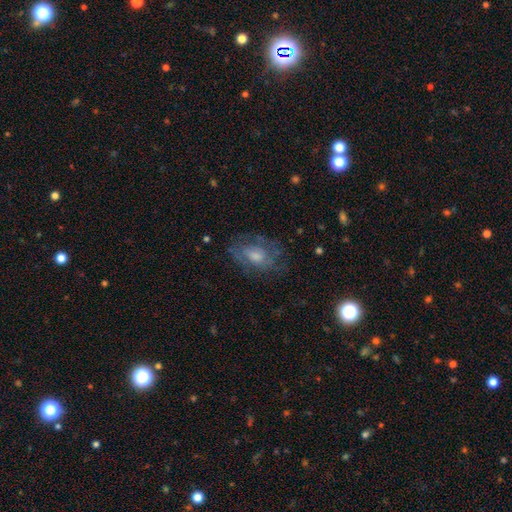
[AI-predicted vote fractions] Smooth or featured?
  - featured or disk: 55% *
  - smooth: 33%
  - star or artifact: 13%
Edge-on disk?
  - no: 95% *
  - yes: 5%
Bar?
  - no: 73% *
  - weak: 23%
  - strong: 4%
Spiral arms?
  - yes: 62% *
  - no: 38%
Bulge size?
  - moderate: 47% *
  - small: 29%
  - large: 13%
  - none: 9%
  - dominant: 2%
Merging?
  - none: 66% *
  - minor disturbance: 20%
  - major disturbance: 13%
  - merger: 1%